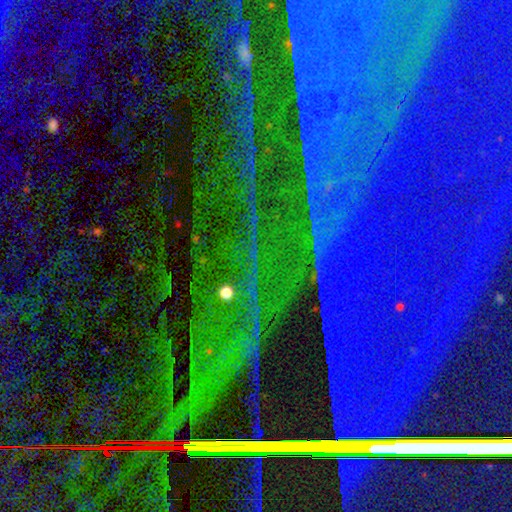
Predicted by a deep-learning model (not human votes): star or artifact 87%, featured or disk 8%, smooth 5%.